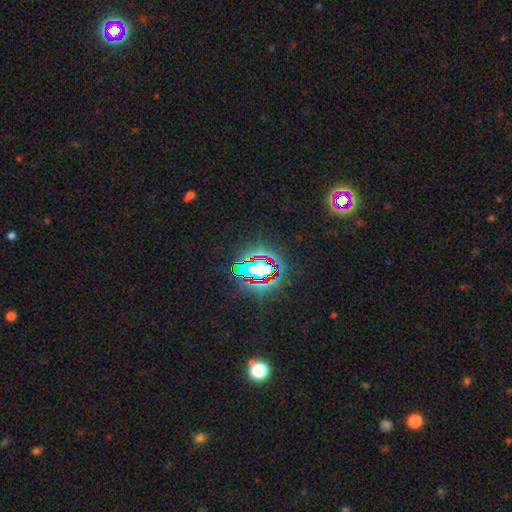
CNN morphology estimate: A star or artifact, not a galaxy (80%).

Vote fractions:
- Smooth or featured? star or artifact: 80% / smooth: 11% / featured or disk: 9%